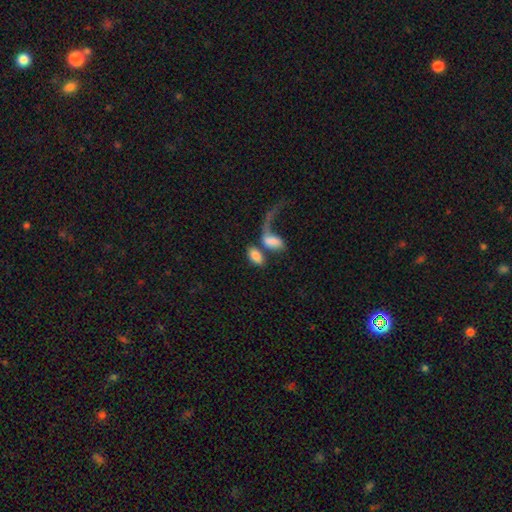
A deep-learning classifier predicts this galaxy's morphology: Smooth or featured? Predicted: smooth (p=0.76). How rounded? Predicted: in between (p=0.92). Merging? Predicted: merger (p=0.48).